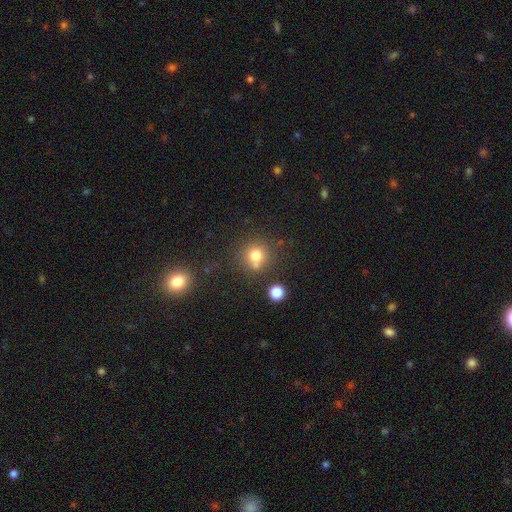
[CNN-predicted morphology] smooth_or_featured: smooth (p=0.75) [alt: star or artifact p=0.15]
how_rounded: round (p=0.89) [alt: in between p=0.10]
merging: none (p=0.66) [alt: merger p=0.18]